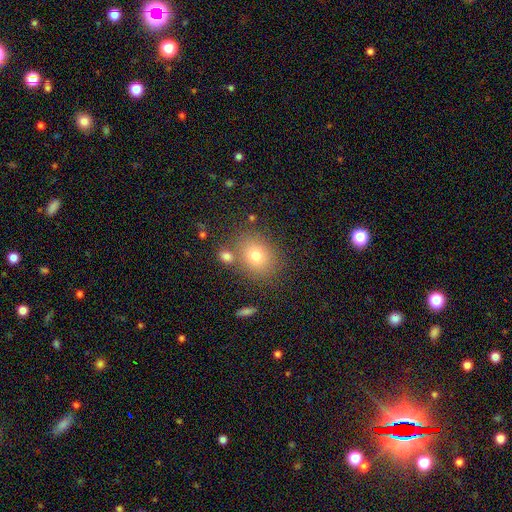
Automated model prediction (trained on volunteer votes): A smooth galaxy with no disk features (75%) that is round (53%).

Vote fractions:
- Smooth or featured? smooth: 75% / star or artifact: 13% / featured or disk: 13%
- How rounded? round: 53% / in between: 46% / cigar-shaped: 1%
- Merging? none: 73% / merger: 12% / minor disturbance: 11% / major disturbance: 4%